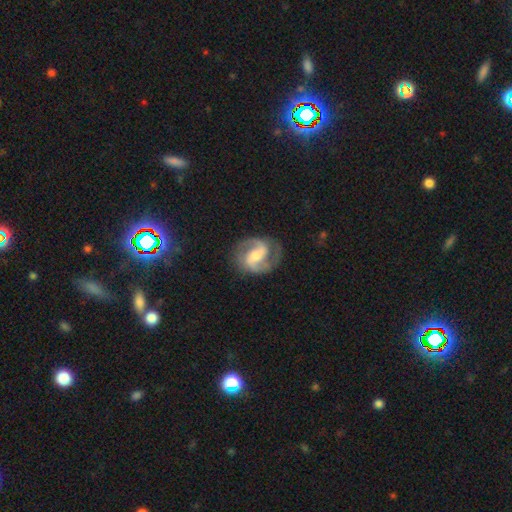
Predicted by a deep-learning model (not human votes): The model was most divided on "bar": weak: 42%, strong: 37%, no: 21%. More confident: edge-on disk — no (98%); spiral arms — yes (96%); spiral arm count — 2 (92%); smooth or featured — featured or disk (88%); merging — none (81%); bulge size — moderate (60%); spiral winding — medium (57%).